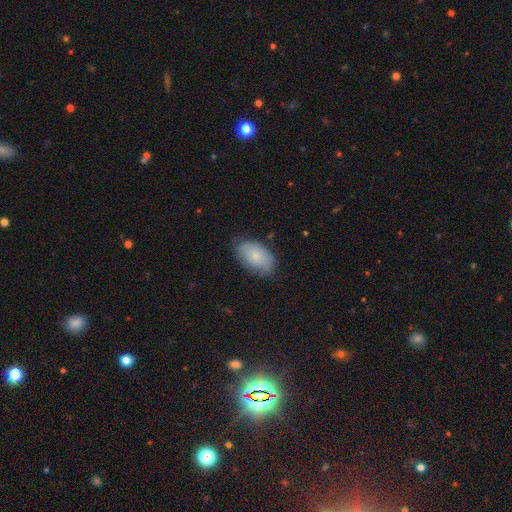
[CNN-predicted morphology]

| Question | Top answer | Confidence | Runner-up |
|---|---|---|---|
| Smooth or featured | smooth | 77% | featured or disk (17%) |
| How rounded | in between | 94% | round (5%) |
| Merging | none | 72% | minor disturbance (22%) |